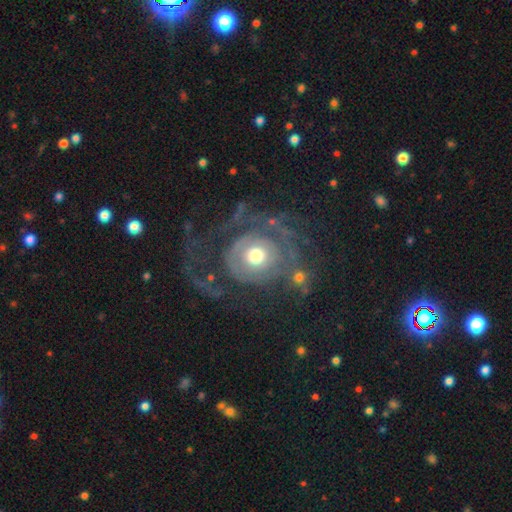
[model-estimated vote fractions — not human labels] The model was most divided on "merging": none: 45%, major disturbance: 34%, minor disturbance: 16%, merger: 5%. More confident: edge-on disk — no (97%); bar — no (87%); smooth or featured — featured or disk (68%); bulge size — moderate (64%); spiral arms — yes (63%).